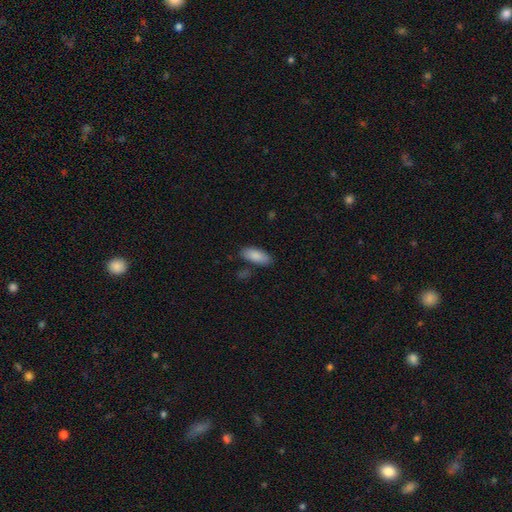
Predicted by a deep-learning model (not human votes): Smooth or featured?
  - smooth: 87% *
  - featured or disk: 7%
  - star or artifact: 6%
How rounded?
  - in between: 83% *
  - cigar-shaped: 15%
  - round: 2%
Merging?
  - none: 81% *
  - minor disturbance: 12%
  - merger: 4%
  - major disturbance: 3%